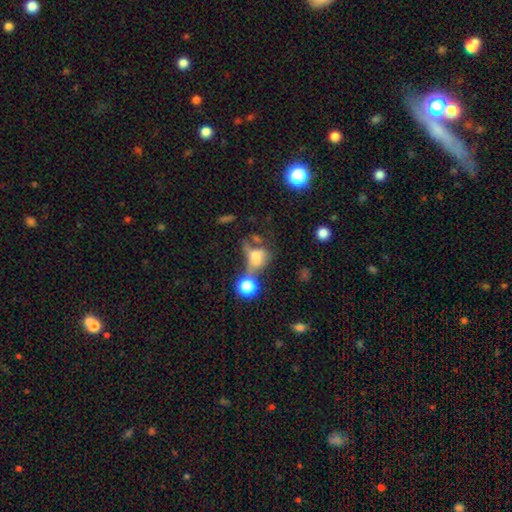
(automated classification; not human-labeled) Q: Smooth or featured?
A: smooth (51%); runner-up: featured or disk (28%)
Q: How rounded?
A: in between (54%); runner-up: round (41%)
Q: Merging?
A: merger (39%); runner-up: major disturbance (28%)